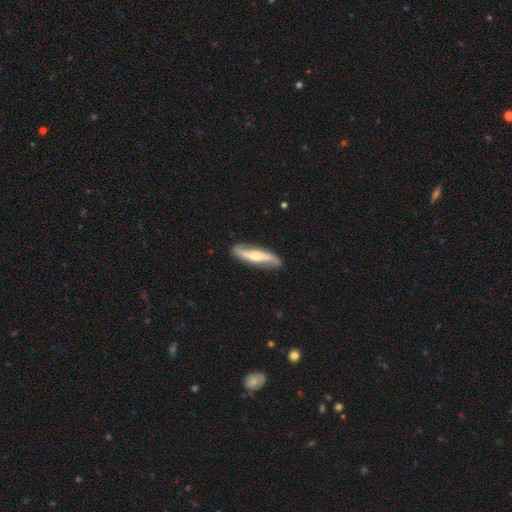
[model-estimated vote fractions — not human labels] A featured or disk galaxy (73%). Merging: none (84%).